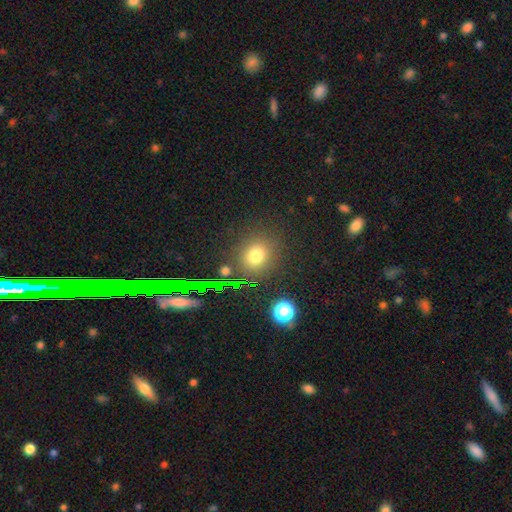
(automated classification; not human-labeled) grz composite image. It shows a smooth galaxy with no disk features (71%) that is round (77%). Merging: none (83%).